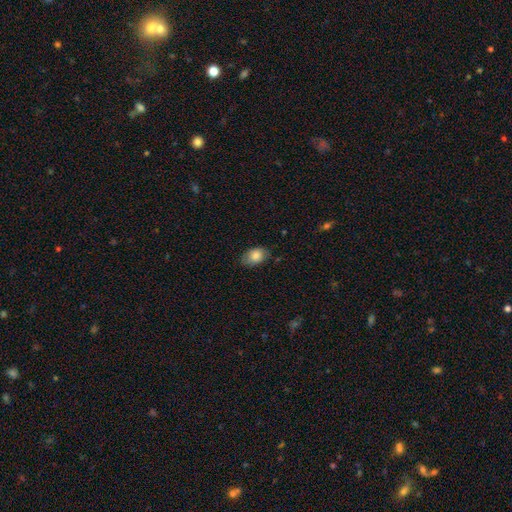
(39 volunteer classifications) This is clearly a smooth galaxy (87%). How rounded: clearly in between (82%). Merging: likely none (63%).